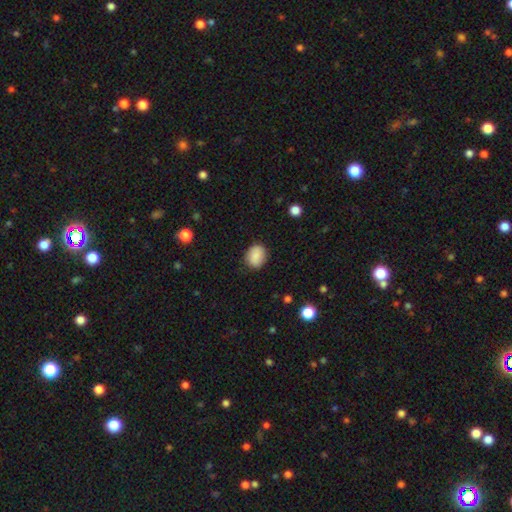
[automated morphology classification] smooth-or-featured: smooth: 85% | star or artifact: 8% | featured or disk: 8%
  how-rounded: round: 52% | in between: 47% | cigar-shaped: 1%
  merging: none: 84% | minor disturbance: 12% | major disturbance: 3% | merger: 1%